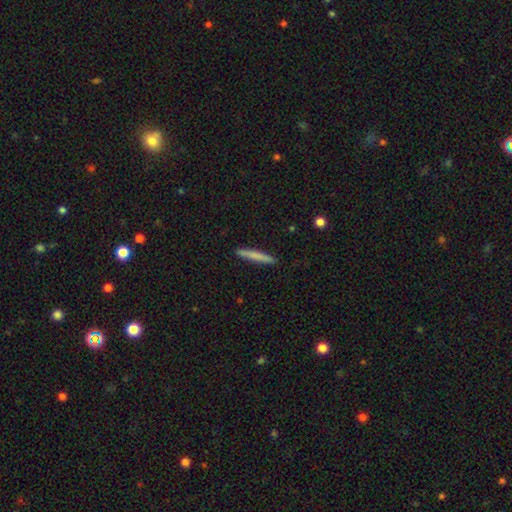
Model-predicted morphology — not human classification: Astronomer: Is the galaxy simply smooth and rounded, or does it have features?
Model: smooth — 74%.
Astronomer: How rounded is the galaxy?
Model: cigar-shaped — 96%.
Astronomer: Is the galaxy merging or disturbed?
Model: none — 91%.